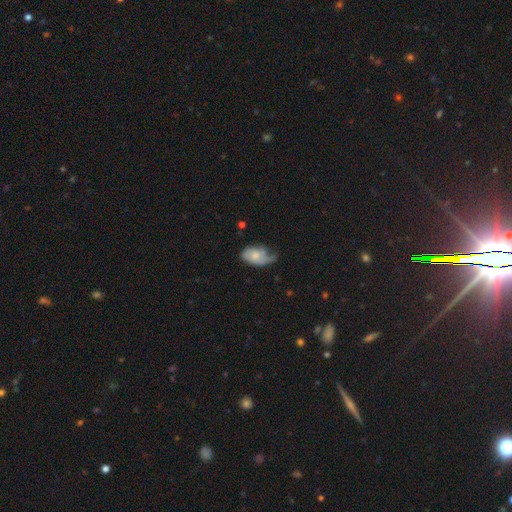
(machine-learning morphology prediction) smooth_or_featured: smooth (p=0.56) [alt: featured or disk p=0.37]
how_rounded: in between (p=0.90) [alt: round p=0.07]
merging: minor disturbance (p=0.39) [alt: major disturbance p=0.29]